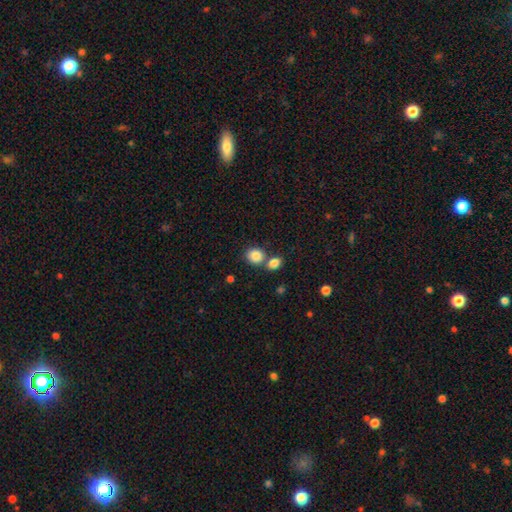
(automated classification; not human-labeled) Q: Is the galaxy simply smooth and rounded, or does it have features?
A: smooth — 85%.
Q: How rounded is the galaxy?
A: round — 70%.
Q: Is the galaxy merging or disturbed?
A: none — 56%.